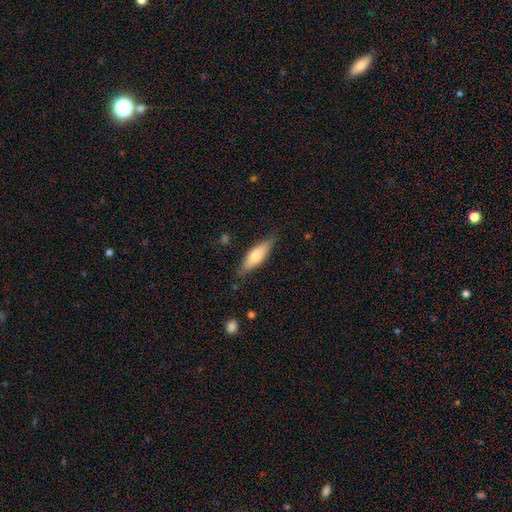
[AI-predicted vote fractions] A smooth galaxy with no disk features (65%) that is cigar-shaped (53%).

Vote fractions:
- Smooth or featured? smooth: 65% / featured or disk: 29% / star or artifact: 6%
- How rounded? cigar-shaped: 53% / in between: 45% / round: 2%
- Merging? none: 80% / minor disturbance: 16% / major disturbance: 3% / merger: 1%